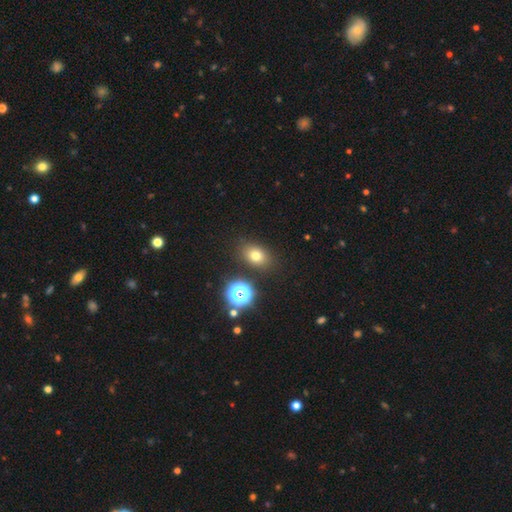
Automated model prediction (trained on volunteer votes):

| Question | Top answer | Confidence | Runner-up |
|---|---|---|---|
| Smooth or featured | smooth | 73% | star or artifact (16%) |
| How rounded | in between | 62% | round (37%) |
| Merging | none | 85% | minor disturbance (9%) |